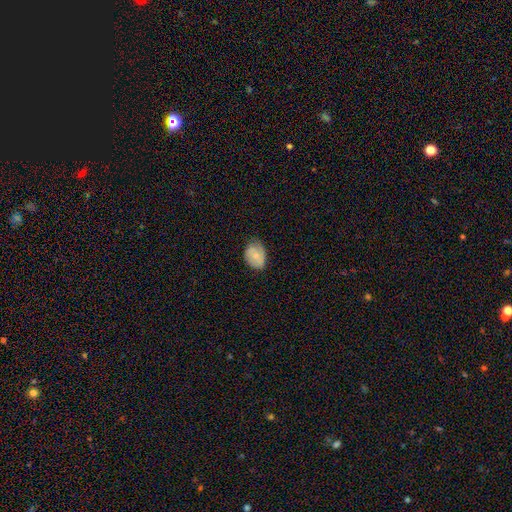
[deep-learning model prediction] The model was most divided on "merging": none: 65%, minor disturbance: 28%, major disturbance: 5%, merger: 1%. More confident: smooth or featured — smooth (75%); how rounded — in between (72%).